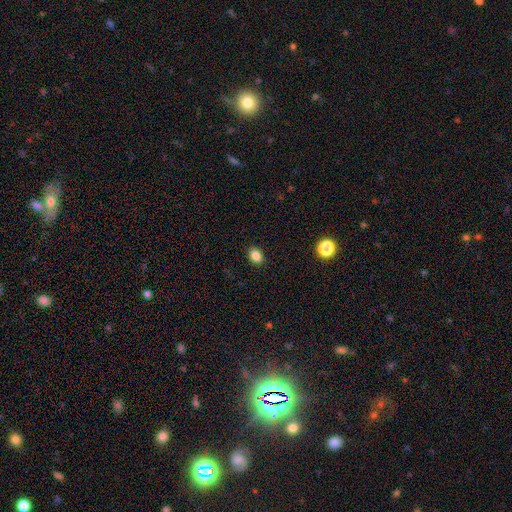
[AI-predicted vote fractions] The model was most divided on "how rounded": in between: 71%, round: 28%, cigar-shaped: 1%. More confident: merging — none (89%); smooth or featured — smooth (85%).